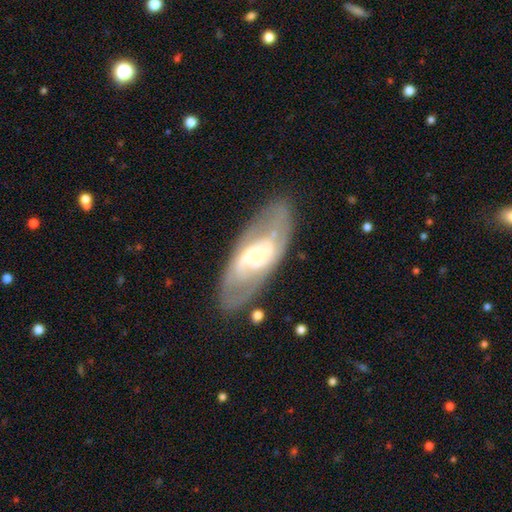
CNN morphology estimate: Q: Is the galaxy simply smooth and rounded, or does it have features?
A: featured or disk — 73%.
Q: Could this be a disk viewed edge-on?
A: no — 89%.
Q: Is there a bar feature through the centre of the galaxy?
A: no — 44%.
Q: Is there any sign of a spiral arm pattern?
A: yes — 81%.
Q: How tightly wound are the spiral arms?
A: medium — 45%.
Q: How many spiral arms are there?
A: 2 — 72%.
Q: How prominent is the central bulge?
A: moderate — 32%.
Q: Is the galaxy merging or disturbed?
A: none — 75%.